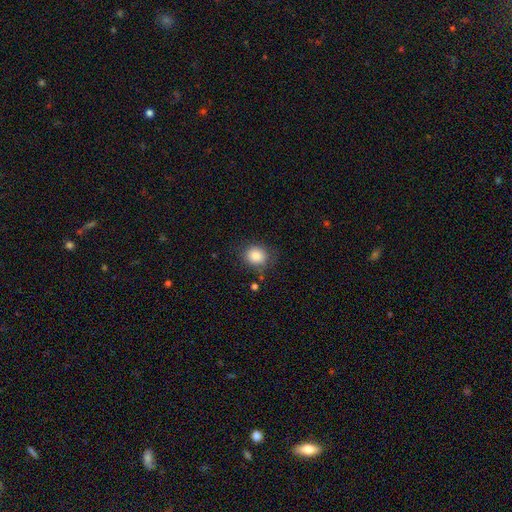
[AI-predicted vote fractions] Smooth or featured: smooth — 85% (star or artifact — 10%)
How rounded: round — 75% (in between — 24%)
Merging: none — 78% (minor disturbance — 15%)